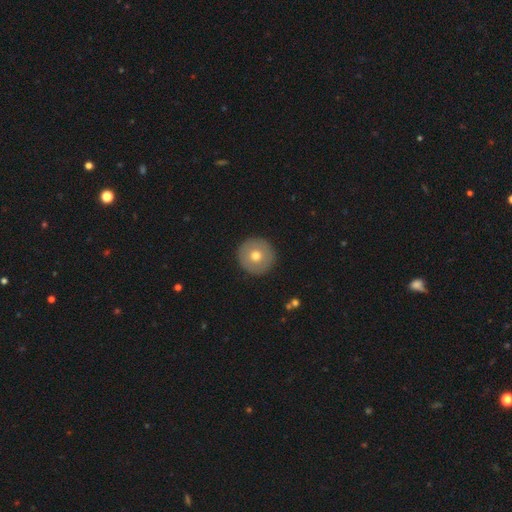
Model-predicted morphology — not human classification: A smooth galaxy with no disk features (68%) that is round (96%).

Vote fractions:
- Smooth or featured? smooth: 68% / featured or disk: 24% / star or artifact: 8%
- How rounded? round: 96% / in between: 3% / cigar-shaped: 1%
- Merging? none: 92% / minor disturbance: 5% / major disturbance: 2% / merger: 1%